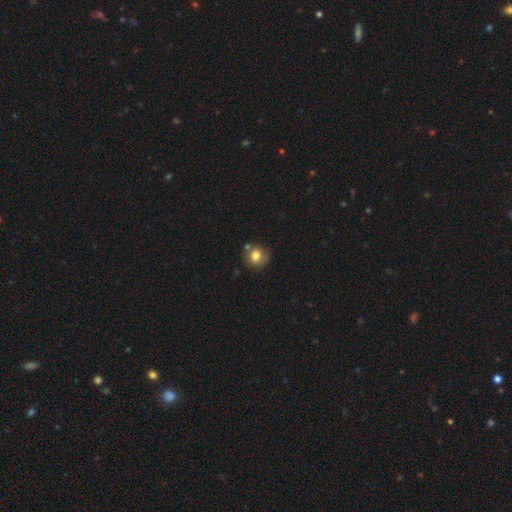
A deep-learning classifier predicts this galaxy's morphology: This is likely a smooth galaxy (78%). How rounded: clearly round (84%). Merging: likely none (65%).